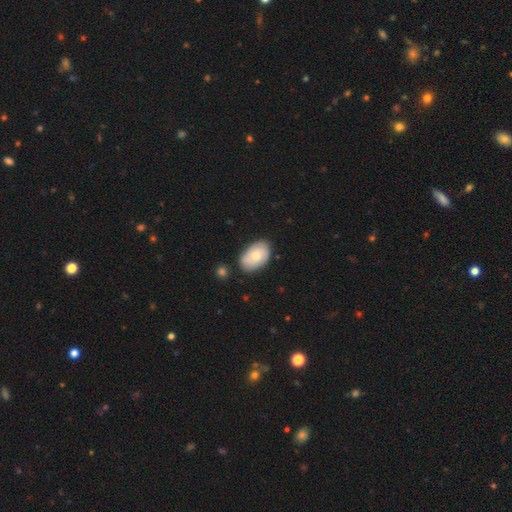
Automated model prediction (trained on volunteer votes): This appears to be a smooth galaxy with no disk features (63%) that is in between round and cigar-shaped (90%). Merging: none (76%).